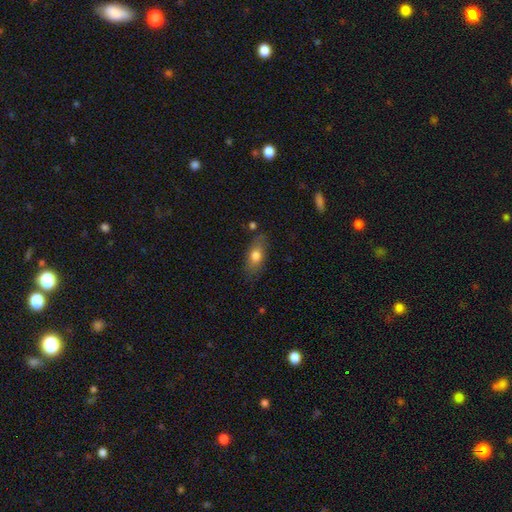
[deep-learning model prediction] smooth-or-featured: smooth: 74% | featured or disk: 19% | star or artifact: 8%
  how-rounded: in between: 81% | cigar-shaped: 12% | round: 7%
  merging: none: 76% | minor disturbance: 16% | major disturbance: 4% | merger: 3%